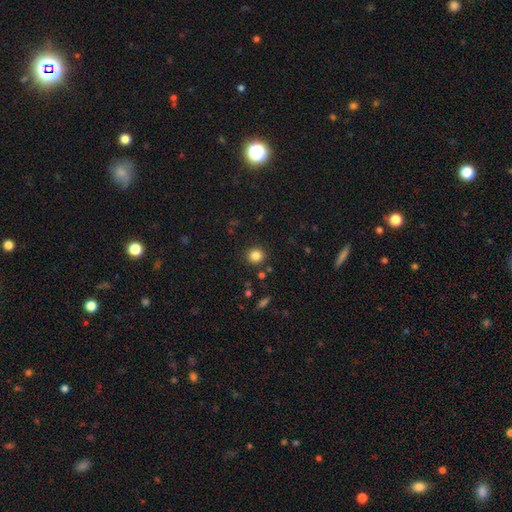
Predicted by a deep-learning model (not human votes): Smooth or featured? smooth (83%)
How rounded? round (88%)
Merging? none (89%)